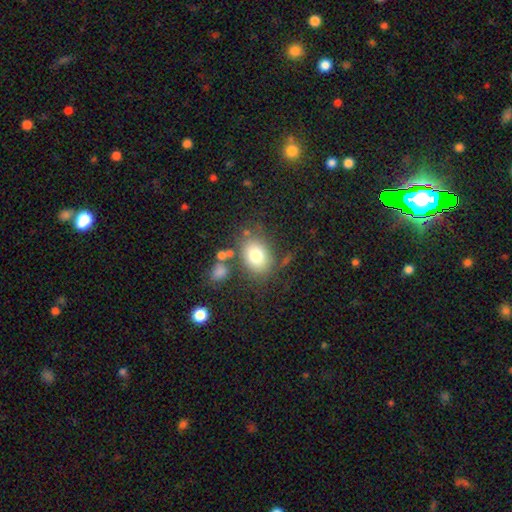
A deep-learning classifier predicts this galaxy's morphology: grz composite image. It shows a smooth galaxy with no disk features (76%) that is in between round and cigar-shaped (56%). Merging: none (70%).